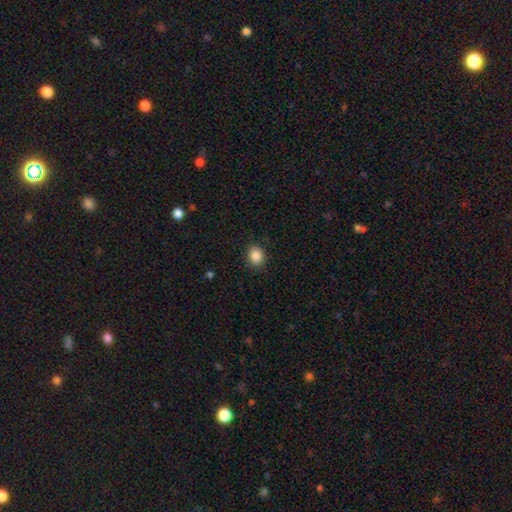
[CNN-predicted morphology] smooth 87%, star or artifact 9%, featured or disk 4%. Down the decision tree: how rounded — round (58%); merging — none (87%).